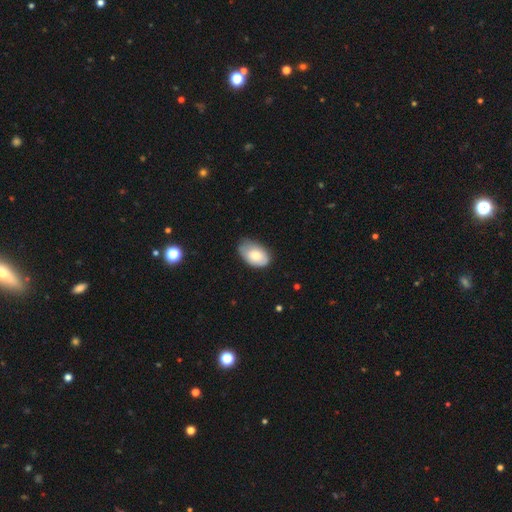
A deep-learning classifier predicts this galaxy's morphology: Smooth or featured? Predicted: smooth (p=0.76). How rounded? Predicted: in between (p=0.92). Merging? Predicted: none (p=0.60).